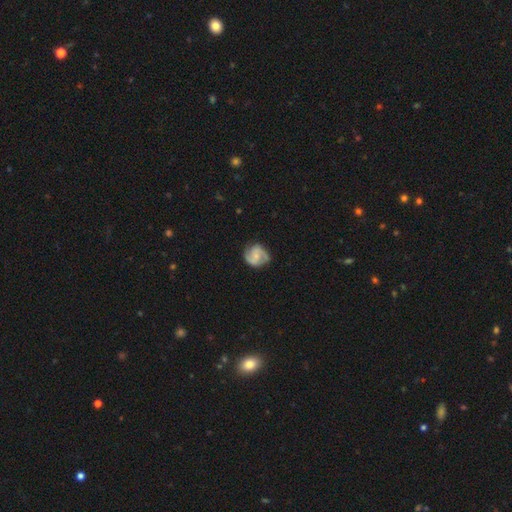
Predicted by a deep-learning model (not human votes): This appears to be a featured or disk galaxy (72%) with no bar (50%), 2 (85%) medium (50%) spiral arms (95%) and a small central bulge (55%). Merging: none (77%).